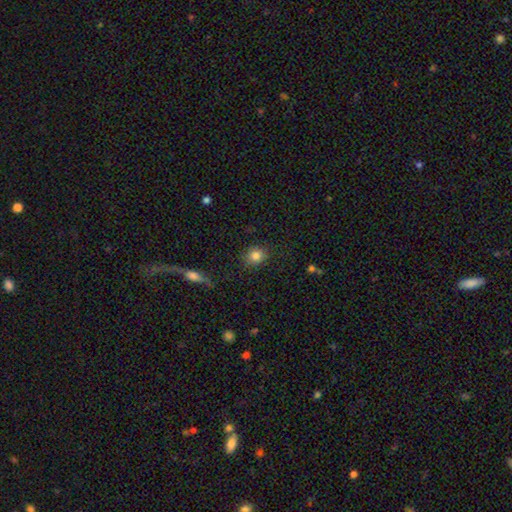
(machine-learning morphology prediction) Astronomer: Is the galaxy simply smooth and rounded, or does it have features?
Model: smooth — 83%.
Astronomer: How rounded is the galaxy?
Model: round — 81%.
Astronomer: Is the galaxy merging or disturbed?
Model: none — 86%.